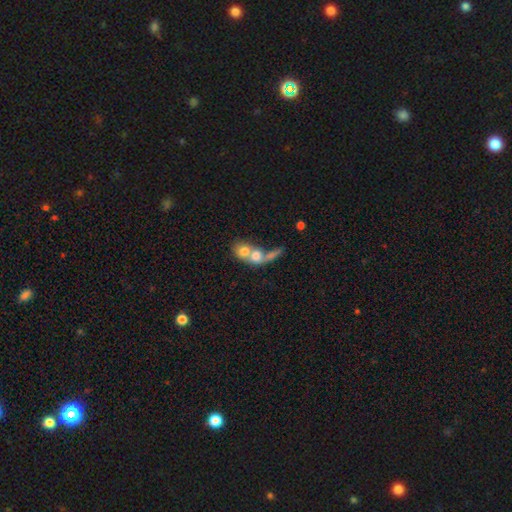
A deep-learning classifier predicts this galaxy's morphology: This appears to be a smooth galaxy with no disk features (64%) that is round (50%). Merging: merger (77%).